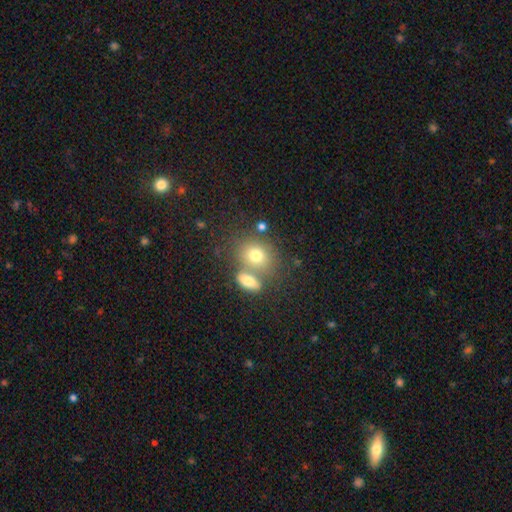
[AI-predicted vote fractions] A smooth galaxy with no disk features (74%) that is round (53%).

Vote fractions:
- Smooth or featured? smooth: 74% / featured or disk: 14% / star or artifact: 12%
- How rounded? round: 53% / in between: 46% / cigar-shaped: 2%
- Merging? none: 52% / merger: 33% / minor disturbance: 10% / major disturbance: 5%